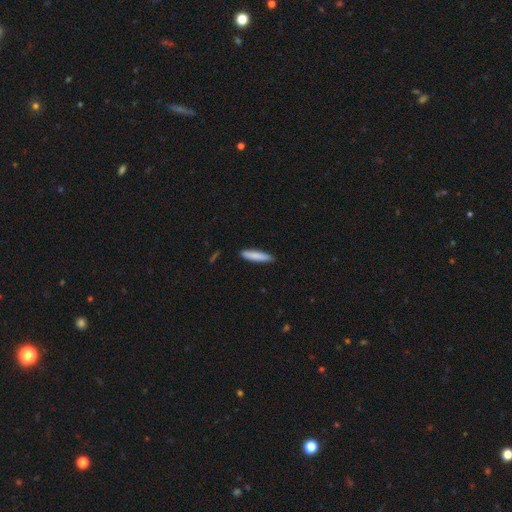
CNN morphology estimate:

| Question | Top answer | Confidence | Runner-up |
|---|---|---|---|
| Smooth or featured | smooth | 85% | featured or disk (9%) |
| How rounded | cigar-shaped | 85% | in between (13%) |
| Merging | none | 88% | minor disturbance (9%) |